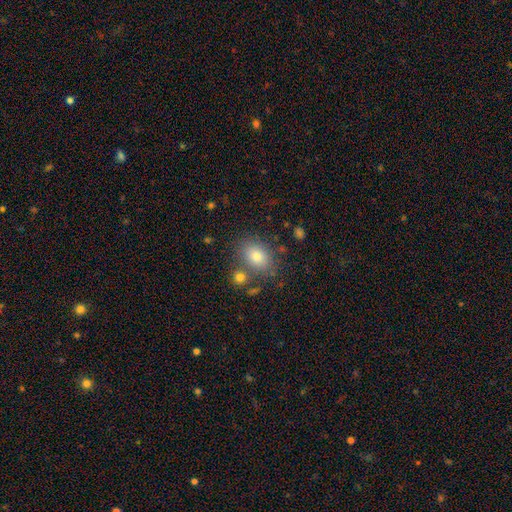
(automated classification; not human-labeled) A smooth galaxy with no disk features (80%) that is in between round and cigar-shaped (73%). Merging: none (73%).